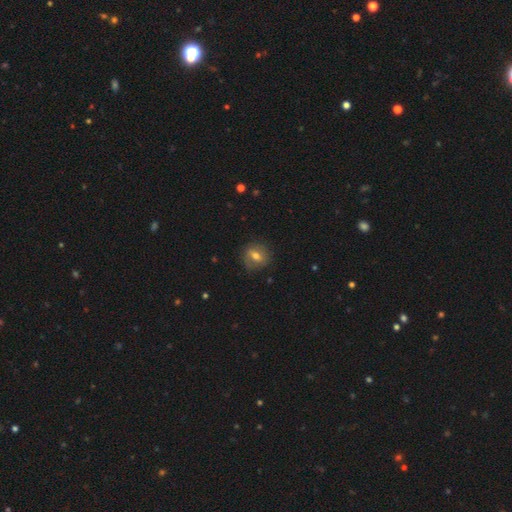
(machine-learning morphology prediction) Smooth or featured?
  - smooth: 56% *
  - featured or disk: 34%
  - star or artifact: 10%
How rounded?
  - round: 66% *
  - in between: 31%
  - cigar-shaped: 2%
Merging?
  - none: 78% *
  - minor disturbance: 16%
  - major disturbance: 5%
  - merger: 1%